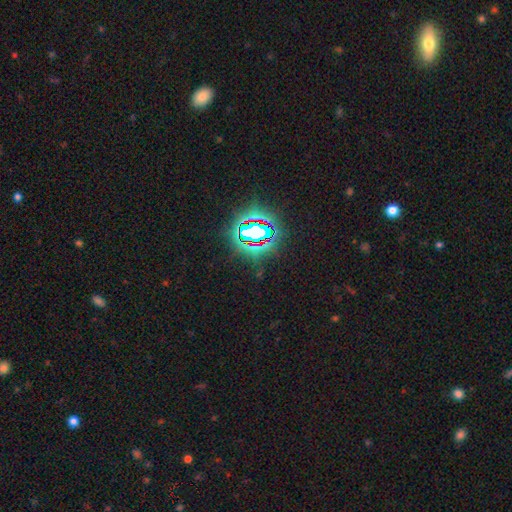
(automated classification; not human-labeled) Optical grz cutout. It shows a star or artifact, not a galaxy (76%).